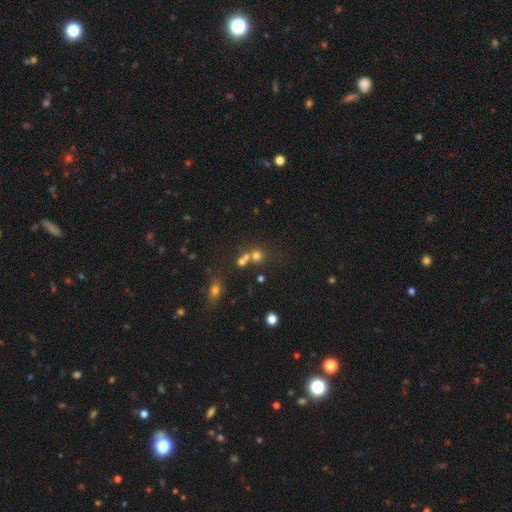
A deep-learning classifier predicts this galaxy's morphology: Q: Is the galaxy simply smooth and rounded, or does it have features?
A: smooth — 53%.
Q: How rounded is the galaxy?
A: round — 82%.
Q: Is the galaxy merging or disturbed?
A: none — 52%.